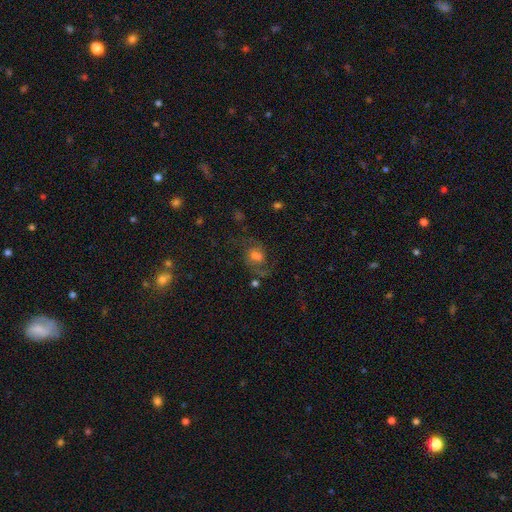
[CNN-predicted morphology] Q: Smooth or featured?
A: featured or disk (58%); runner-up: smooth (26%)
Q: Edge-on disk?
A: no (97%); runner-up: yes (3%)
Q: Bar?
A: weak (50%); runner-up: no (37%)
Q: Spiral arms?
A: yes (84%); runner-up: no (16%)
Q: Bulge size?
A: moderate (48%); runner-up: small (21%)
Q: Merging?
A: none (53%); runner-up: major disturbance (18%)